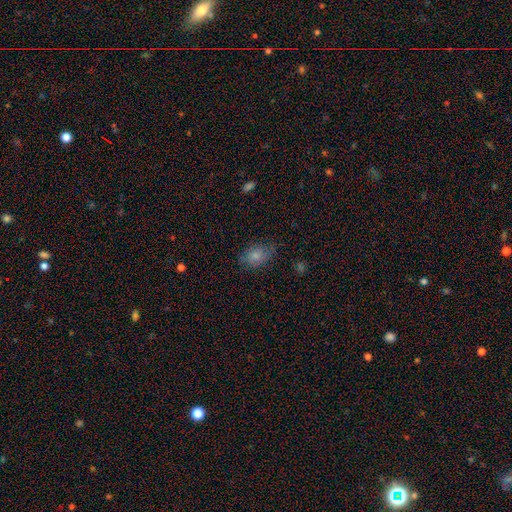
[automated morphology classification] Smooth or featured? Predicted: smooth (p=0.78). How rounded? Predicted: in between (p=0.71). Merging? Predicted: none (p=0.72).